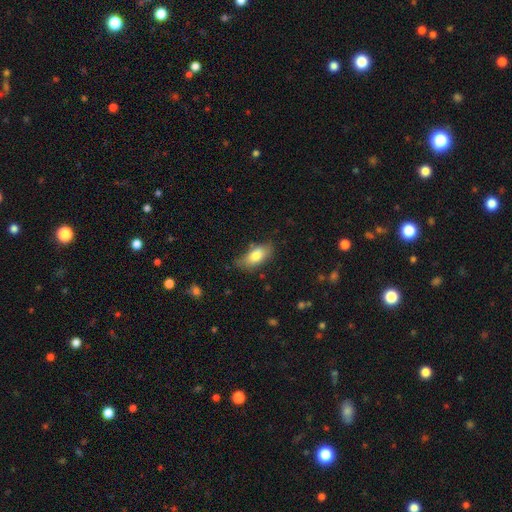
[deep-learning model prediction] Morphology: type=smooth (79%); roundness=in between (87%); merging=none (68%).